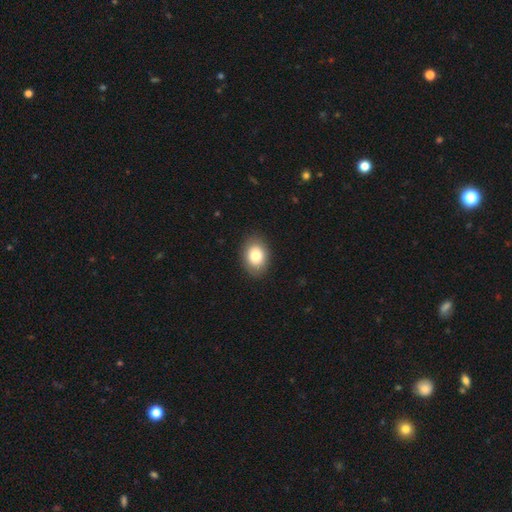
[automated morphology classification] smooth_or_featured: smooth (p=0.81) [alt: featured or disk p=0.11]
how_rounded: in between (p=0.72) [alt: round p=0.27]
merging: none (p=0.88) [alt: minor disturbance p=0.09]